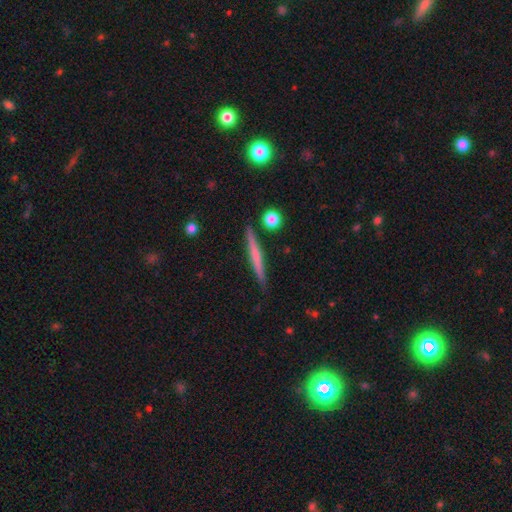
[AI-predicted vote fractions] Morphology: type=featured or disk (48%); merging=none (88%).